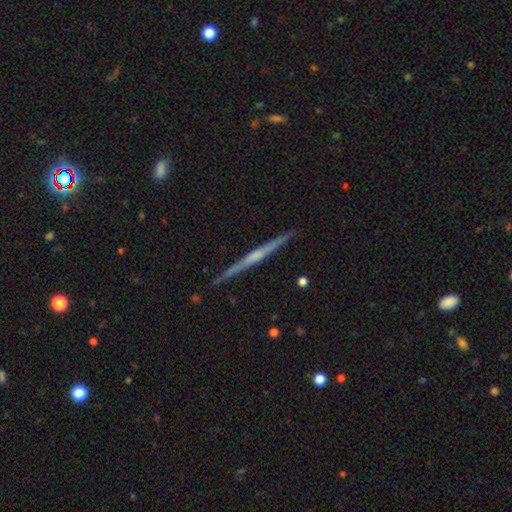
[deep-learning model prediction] smooth_or_featured: featured or disk (p=0.79) [alt: smooth p=0.15]
disk_edge_on: yes (p=0.98) [alt: no p=0.02]
edge_on_bulge: rounded (p=0.57) [alt: none p=0.33]
merging: none (p=0.92) [alt: minor disturbance p=0.05]